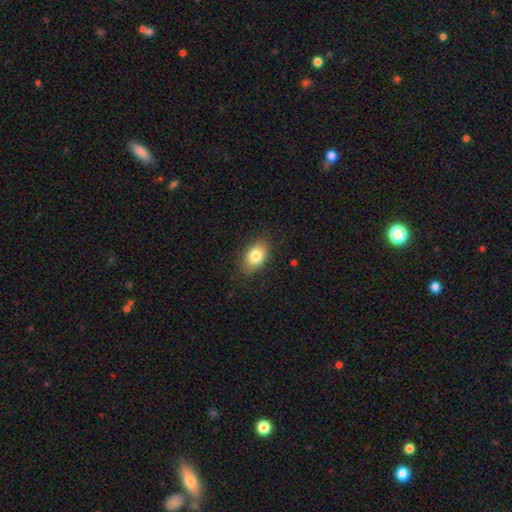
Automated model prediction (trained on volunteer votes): The model was most divided on "how rounded": in between: 83%, round: 16%, cigar-shaped: 2%. More confident: merging — none (83%); smooth or featured — smooth (81%).